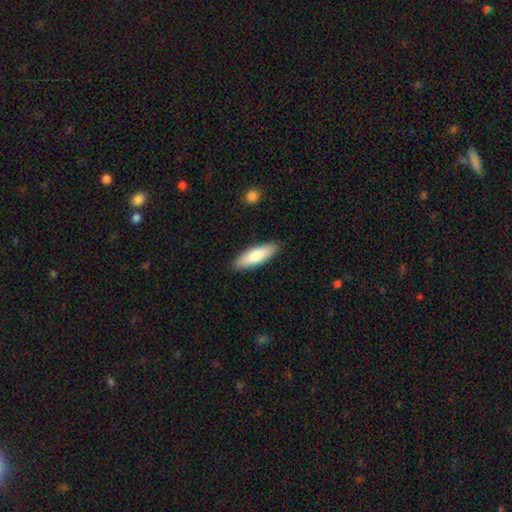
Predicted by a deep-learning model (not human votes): Morphology: type=smooth (81%); roundness=in between (51%); merging=none (90%).